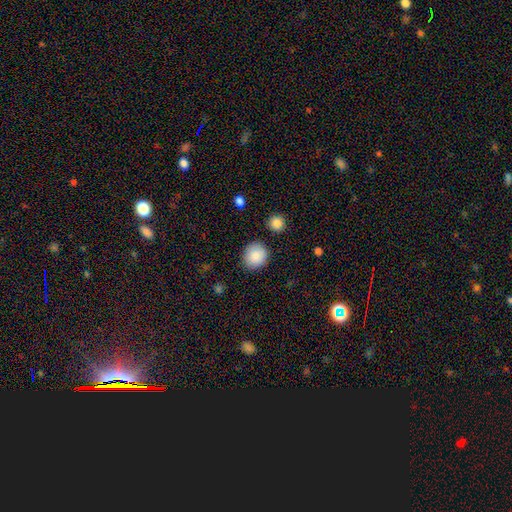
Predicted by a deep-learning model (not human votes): This is clearly a smooth galaxy (87%). How rounded: clearly round (84%). Merging: clearly none (85%).